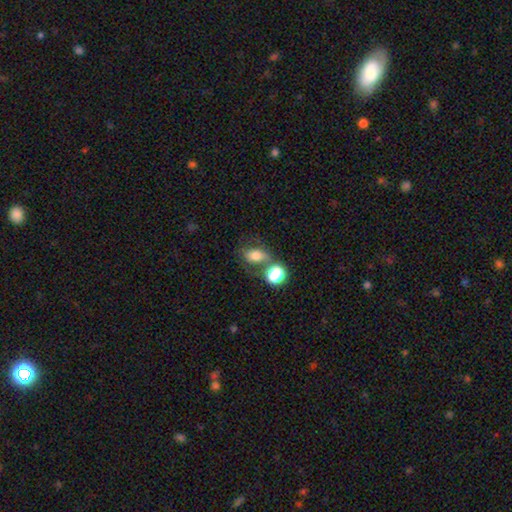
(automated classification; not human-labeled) A smooth galaxy with no disk features (69%) that is in between round and cigar-shaped (71%). Merging: none (45%).